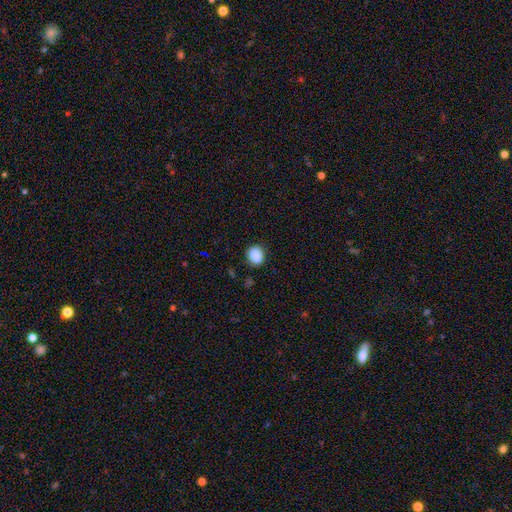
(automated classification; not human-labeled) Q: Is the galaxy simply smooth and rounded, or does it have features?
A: smooth — 87%.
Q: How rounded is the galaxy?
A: round — 54%.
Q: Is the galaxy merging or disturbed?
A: none — 81%.